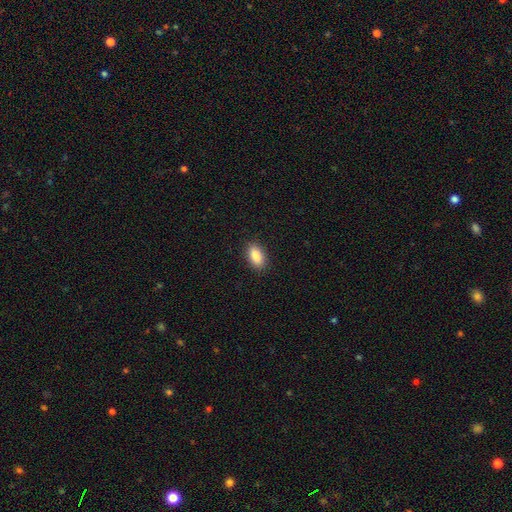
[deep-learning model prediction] Smooth or featured? Predicted: smooth (p=0.88). How rounded? Predicted: in between (p=0.90). Merging? Predicted: none (p=0.89).